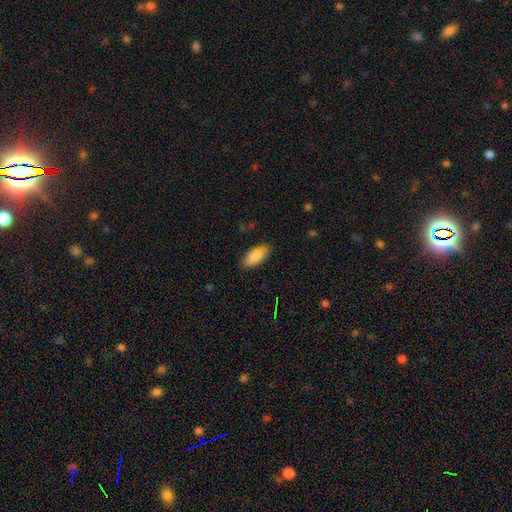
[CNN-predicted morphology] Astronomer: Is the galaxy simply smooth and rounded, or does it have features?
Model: smooth — 84%.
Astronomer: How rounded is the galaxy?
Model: in between — 86%.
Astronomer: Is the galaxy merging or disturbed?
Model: none — 78%.